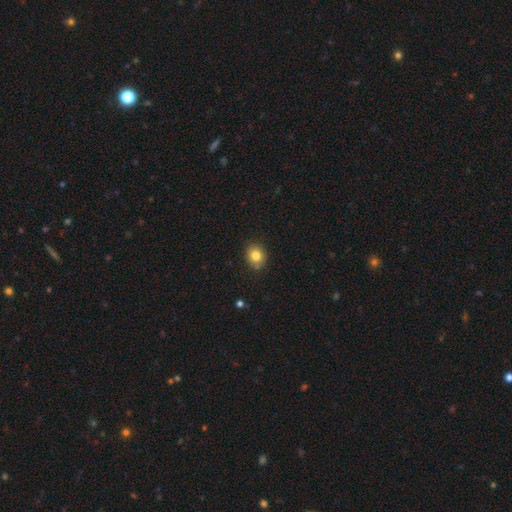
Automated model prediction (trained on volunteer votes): Morphology: type=smooth (82%); roundness=round (70%); merging=none (83%).